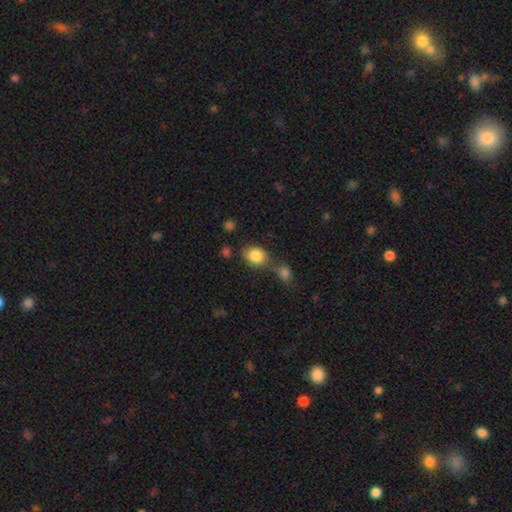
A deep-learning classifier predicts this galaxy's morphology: Q: Smooth or featured?
A: smooth (85%); runner-up: star or artifact (9%)
Q: How rounded?
A: round (53%); runner-up: in between (46%)
Q: Merging?
A: none (57%); runner-up: merger (23%)